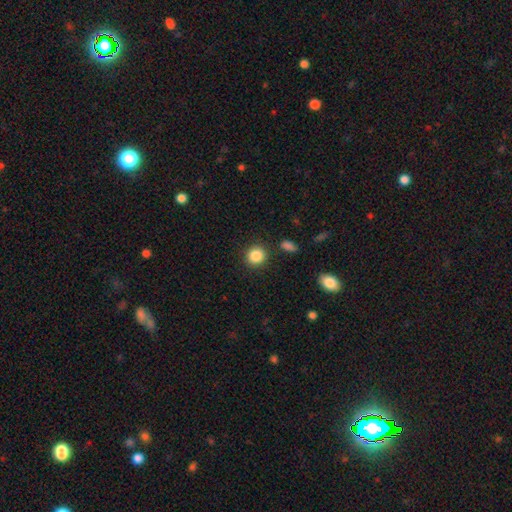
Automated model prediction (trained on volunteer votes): A smooth galaxy with no disk features (86%) that is round (87%).

Vote fractions:
- Smooth or featured? smooth: 86% / star or artifact: 10% / featured or disk: 4%
- How rounded? round: 87% / in between: 12% / cigar-shaped: 1%
- Merging? none: 87% / minor disturbance: 7% / merger: 3% / major disturbance: 3%